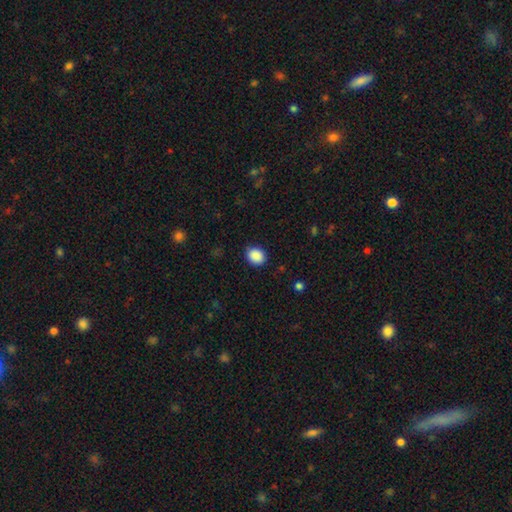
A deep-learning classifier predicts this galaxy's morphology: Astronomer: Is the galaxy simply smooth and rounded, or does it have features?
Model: smooth — 89%.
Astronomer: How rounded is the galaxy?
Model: round — 62% (runner-up: in between, 37%).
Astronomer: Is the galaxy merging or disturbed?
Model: none — 87%.